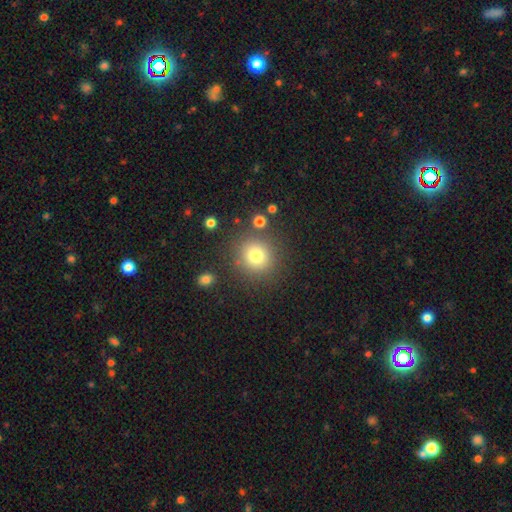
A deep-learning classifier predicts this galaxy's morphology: A smooth galaxy with no disk features (76%) that is round (90%). Merging: none (84%).